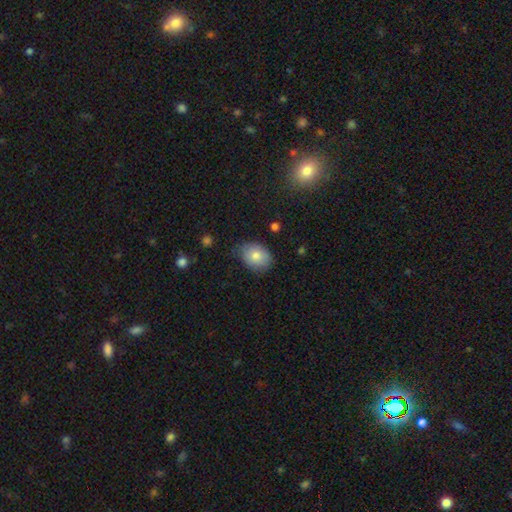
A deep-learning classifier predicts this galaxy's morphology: Smooth or featured: smooth — 80% (featured or disk — 12%)
How rounded: in between — 61% (round — 38%)
Merging: none — 71% (minor disturbance — 24%)